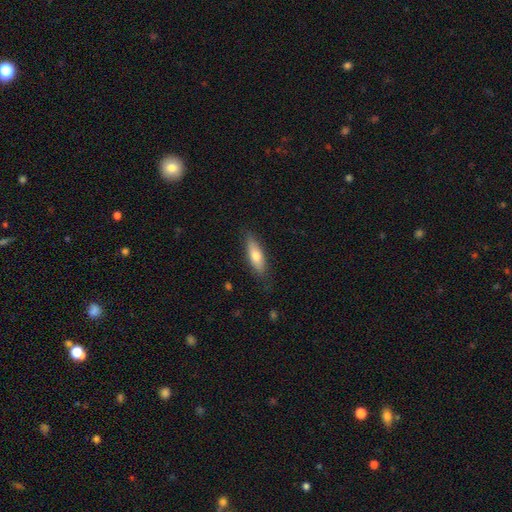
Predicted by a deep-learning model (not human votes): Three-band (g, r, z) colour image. It shows a smooth galaxy with no disk features (70%) that is in between round and cigar-shaped (55%). Merging: none (81%).